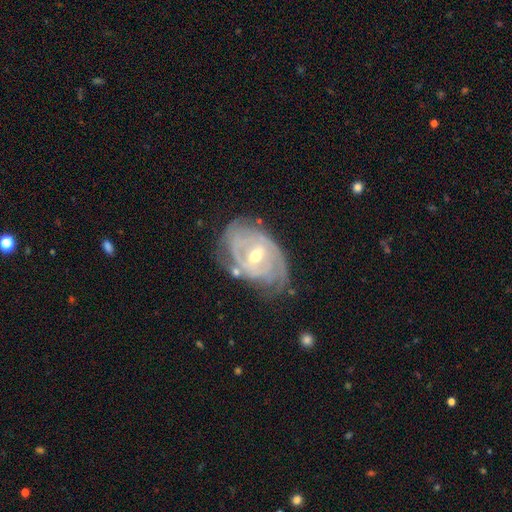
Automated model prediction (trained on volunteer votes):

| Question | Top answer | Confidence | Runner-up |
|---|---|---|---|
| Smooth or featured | featured or disk | 86% | smooth (8%) |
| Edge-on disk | no | 96% | yes (4%) |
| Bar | weak | 51% | strong (26%) |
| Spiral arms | yes | 92% | no (8%) |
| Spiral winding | tight | 67% | medium (26%) |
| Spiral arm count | can't tell | 33% | 2 (31%) |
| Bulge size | moderate | 60% | small (36%) |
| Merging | none | 61% | minor disturbance (25%) |